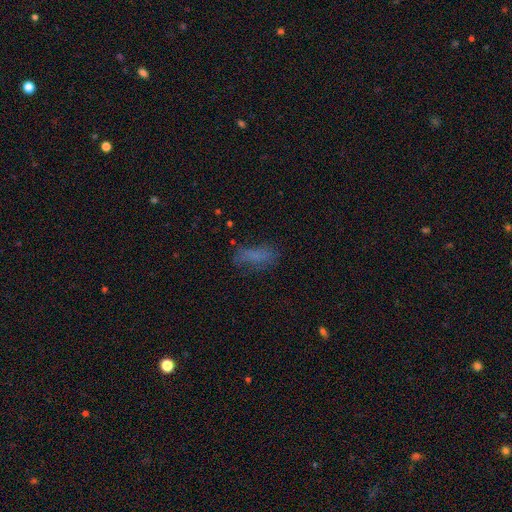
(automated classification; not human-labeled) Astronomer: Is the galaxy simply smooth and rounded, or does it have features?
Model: smooth — 70%.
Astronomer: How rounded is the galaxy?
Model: in between — 68%.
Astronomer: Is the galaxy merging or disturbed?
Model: none — 60%.